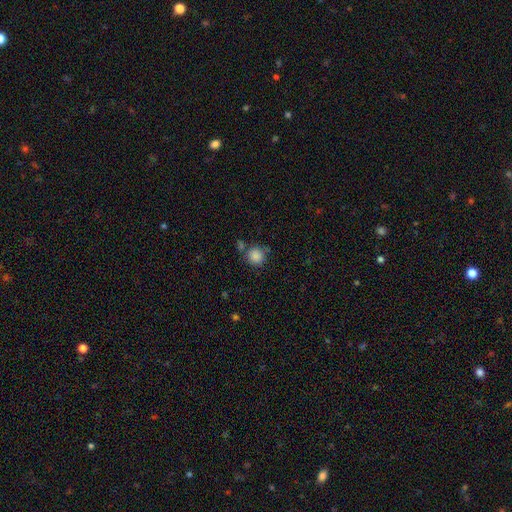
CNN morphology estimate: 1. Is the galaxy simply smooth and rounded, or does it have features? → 86% smooth, 10% star or artifact, 4% featured or disk.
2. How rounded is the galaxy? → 91% round, 8% in between, 1% cigar-shaped.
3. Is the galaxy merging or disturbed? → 70% none, 13% merger, 12% minor disturbance, 4% major disturbance.